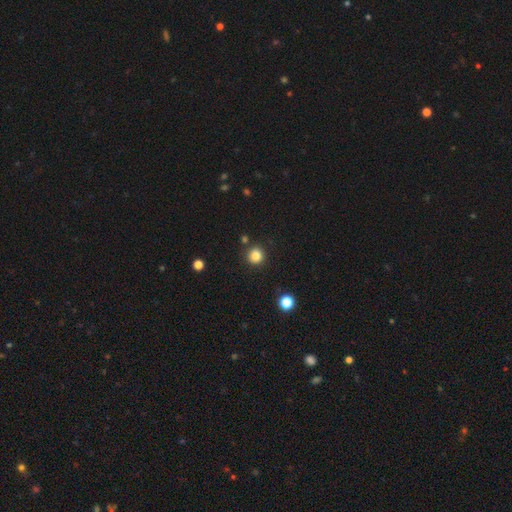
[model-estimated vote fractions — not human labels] A smooth galaxy with no disk features (85%) that is round (93%). Merging: none (88%).